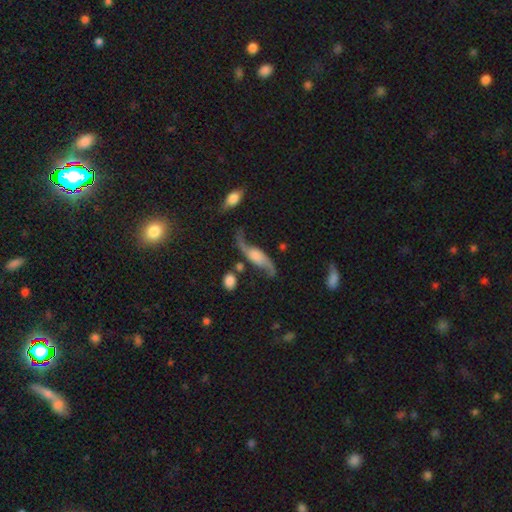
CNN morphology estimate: Overall: featured or disk (85%). Edge-on disk: no (86%). Bar: no (60%; weak 30%). Spiral arms: yes (96%). Spiral arm count: 2 (94%). Spiral winding: loose (89%). Bulge size: none (27%; moderate 24%). Merging: none (68%).